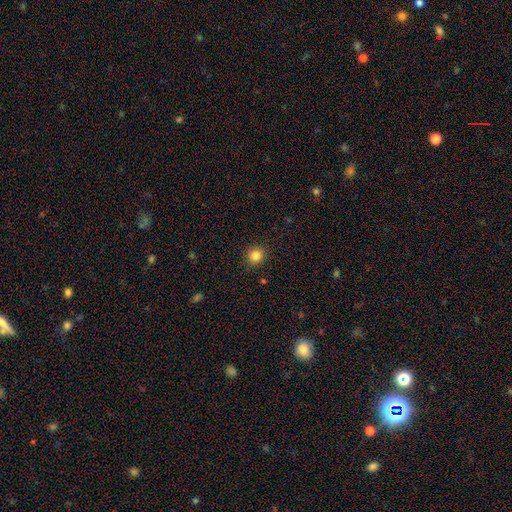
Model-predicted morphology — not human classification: Q: Smooth or featured?
A: smooth (83%); runner-up: star or artifact (12%)
Q: How rounded?
A: round (91%); runner-up: in between (8%)
Q: Merging?
A: none (91%); runner-up: minor disturbance (6%)